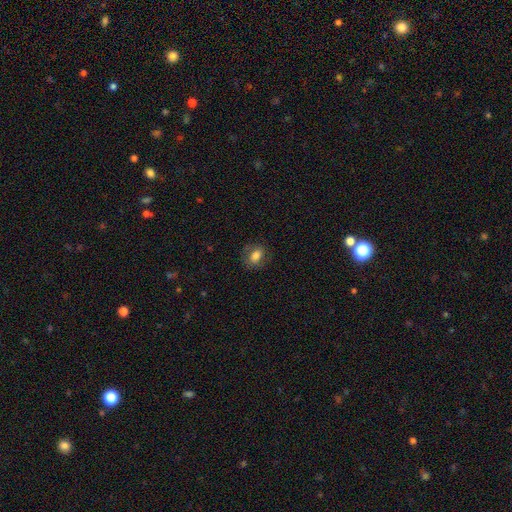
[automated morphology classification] smooth-or-featured: smooth: 75% | featured or disk: 16% | star or artifact: 9%
  how-rounded: in between: 68% | round: 31% | cigar-shaped: 2%
  merging: none: 78% | minor disturbance: 15% | major disturbance: 6% | merger: 1%